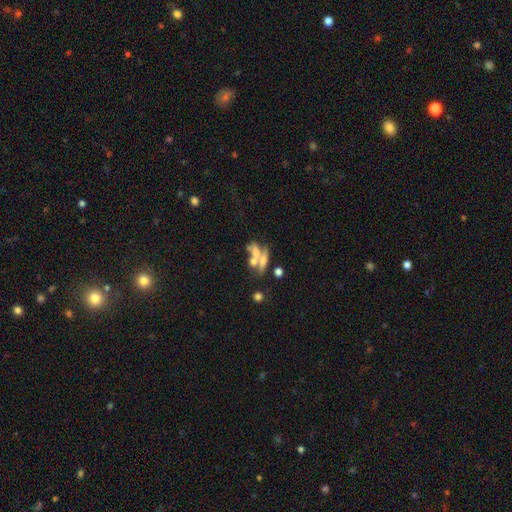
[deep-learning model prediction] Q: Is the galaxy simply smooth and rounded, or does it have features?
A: smooth — 46%.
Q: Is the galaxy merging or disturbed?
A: merger — 53%.